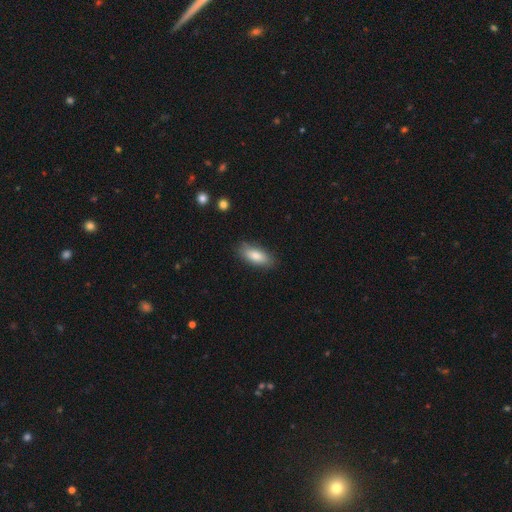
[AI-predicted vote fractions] This is clearly a smooth galaxy (83%). How rounded: likely in between (80%). Merging: clearly none (83%).